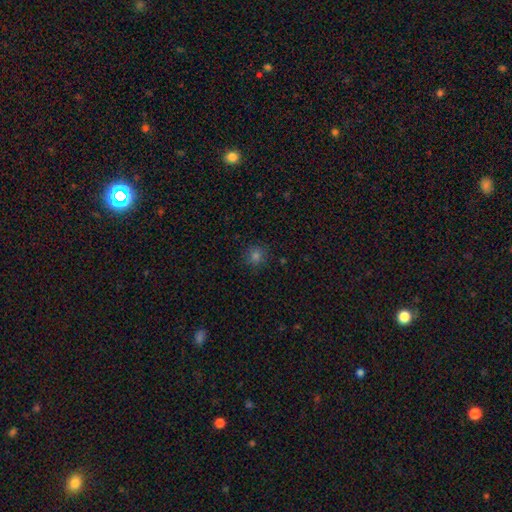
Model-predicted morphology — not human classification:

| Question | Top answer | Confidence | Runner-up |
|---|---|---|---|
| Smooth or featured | smooth | 76% | star or artifact (18%) |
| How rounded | round | 90% | in between (9%) |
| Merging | none | 89% | minor disturbance (8%) |